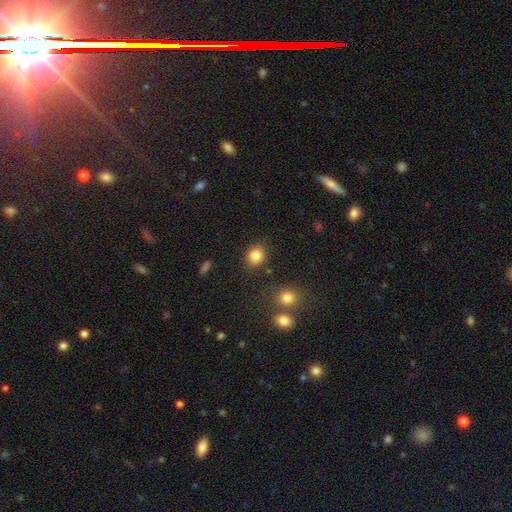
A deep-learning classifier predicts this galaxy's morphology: This appears to be a smooth galaxy with no disk features (85%) that is round (66%). Merging: none (81%).